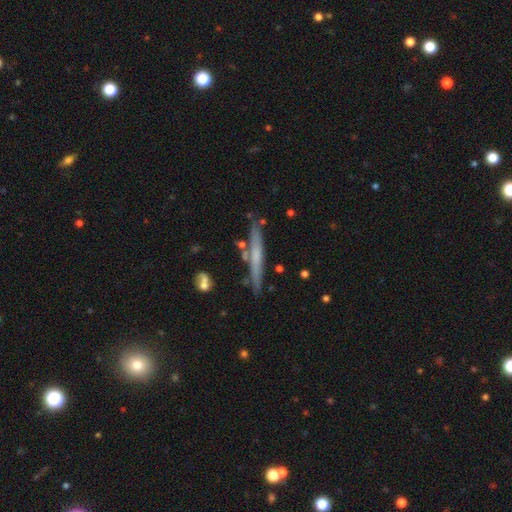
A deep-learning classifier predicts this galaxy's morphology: A featured or disk galaxy (48%). Merging: none (81%).